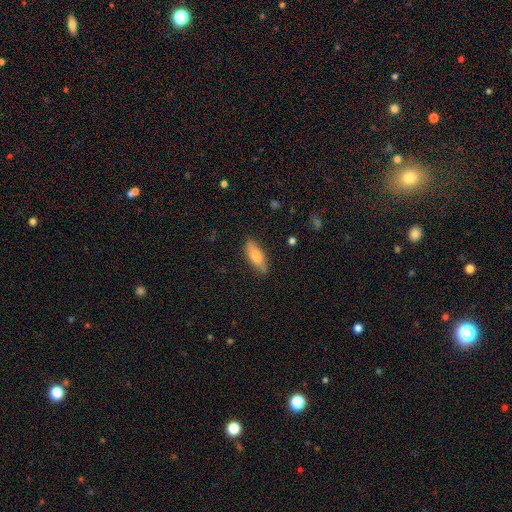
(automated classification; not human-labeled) The model was most divided on "how rounded": in between: 66%, cigar-shaped: 32%, round: 2%. More confident: merging — none (83%); smooth or featured — smooth (77%).